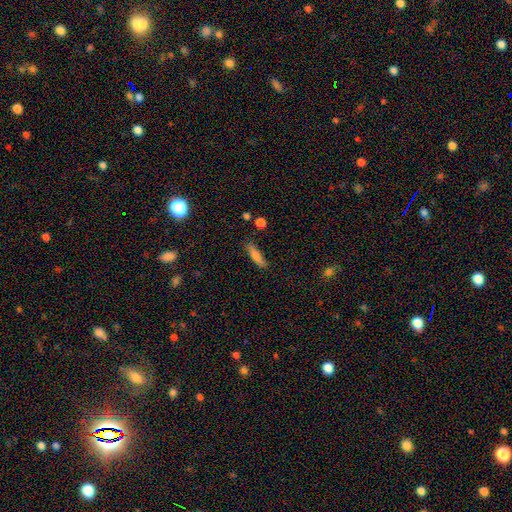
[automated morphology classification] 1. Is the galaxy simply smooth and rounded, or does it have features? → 79% smooth, 13% featured or disk, 8% star or artifact.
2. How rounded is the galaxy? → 67% cigar-shaped, 31% in between, 2% round.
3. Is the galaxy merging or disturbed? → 82% none, 13% minor disturbance, 3% major disturbance, 2% merger.